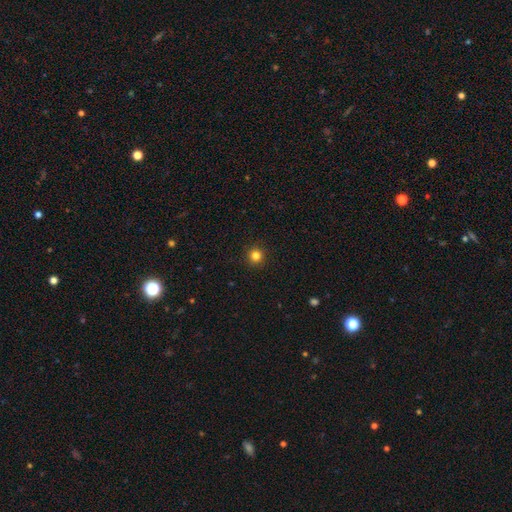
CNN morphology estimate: Overall: smooth (83%). How rounded: round (95%). Merging: none (93%).